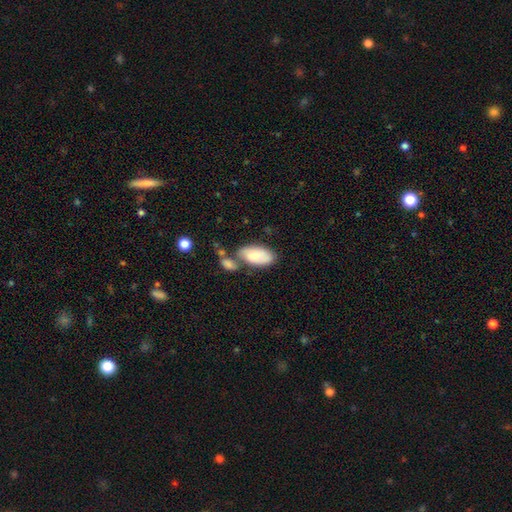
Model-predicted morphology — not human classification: Q: Smooth or featured?
A: smooth (74%); runner-up: featured or disk (20%)
Q: How rounded?
A: in between (94%); runner-up: cigar-shaped (3%)
Q: Merging?
A: none (45%); runner-up: merger (30%)